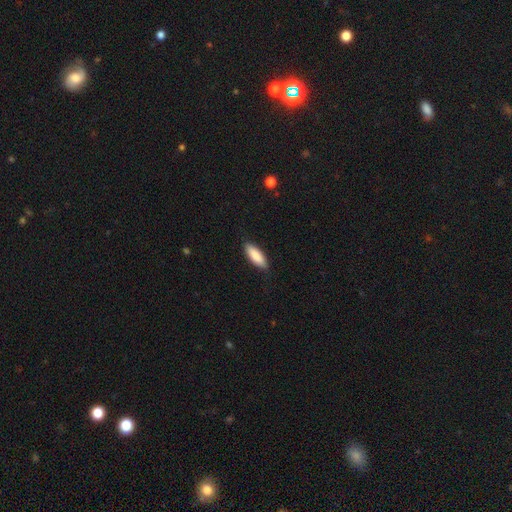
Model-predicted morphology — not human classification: smooth 87%, featured or disk 7%, star or artifact 5%. Down the decision tree: how rounded — in between (66%); merging — none (85%).